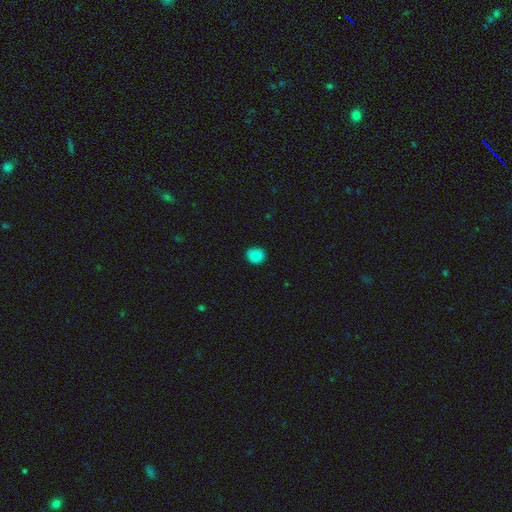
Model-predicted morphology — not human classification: smooth_or_featured: smooth (p=0.85) [alt: star or artifact p=0.12]
how_rounded: round (p=0.76) [alt: in between p=0.23]
merging: none (p=0.85) [alt: minor disturbance p=0.12]